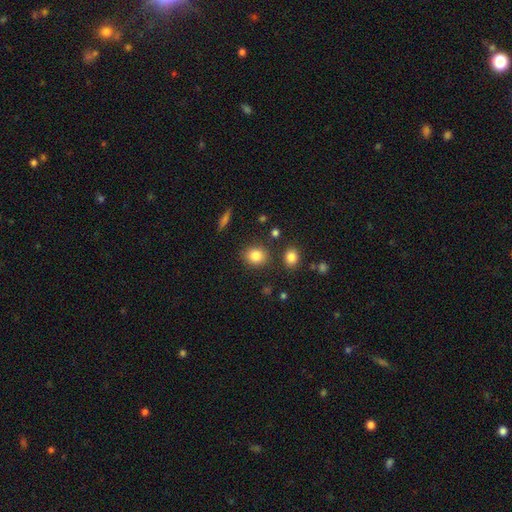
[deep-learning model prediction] Q: Smooth or featured?
A: smooth (84%); runner-up: star or artifact (10%)
Q: How rounded?
A: round (67%); runner-up: in between (32%)
Q: Merging?
A: none (83%); runner-up: minor disturbance (9%)